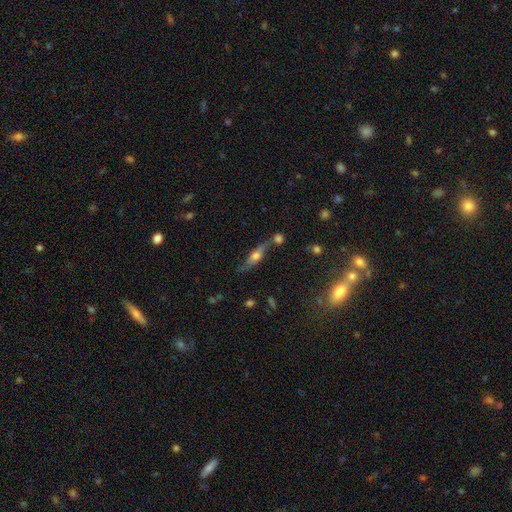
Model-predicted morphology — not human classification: smooth-or-featured: featured or disk: 59% | smooth: 31% | star or artifact: 10%
  disk-edge-on: yes: 69% | no: 31%
  merging: none: 52% | merger: 21% | minor disturbance: 19% | major disturbance: 8%